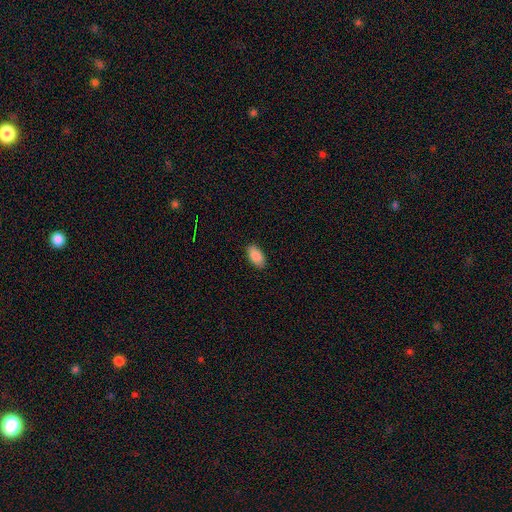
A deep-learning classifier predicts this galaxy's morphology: A smooth galaxy with no disk features (89%) that is in between round and cigar-shaped (94%).

Vote fractions:
- Smooth or featured? smooth: 89% / star or artifact: 7% / featured or disk: 4%
- How rounded? in between: 94% / round: 3% / cigar-shaped: 3%
- Merging? none: 89% / minor disturbance: 8% / major disturbance: 2% / merger: 1%